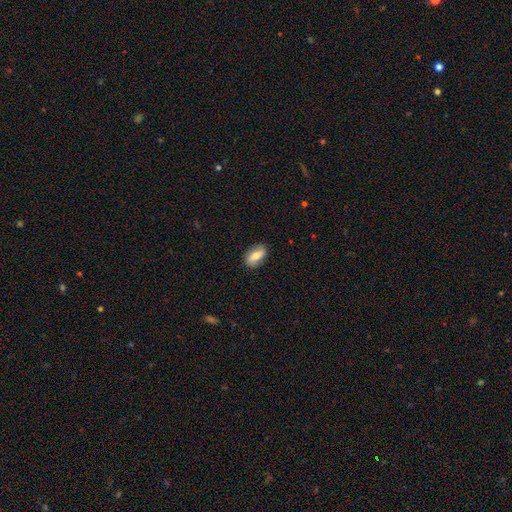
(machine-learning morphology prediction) Smooth or featured? Predicted: smooth (p=0.65). How rounded? Predicted: in between (p=0.87). Merging? Predicted: none (p=0.85).